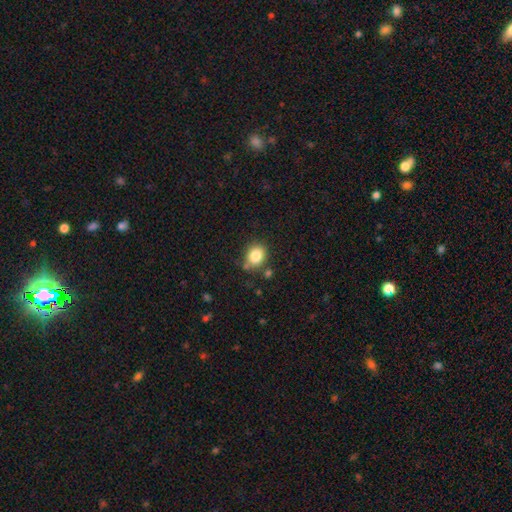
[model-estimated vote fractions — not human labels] Smooth or featured?
  - smooth: 83% *
  - star or artifact: 10%
  - featured or disk: 7%
How rounded?
  - round: 60% *
  - in between: 39%
  - cigar-shaped: 1%
Merging?
  - none: 72% *
  - minor disturbance: 16%
  - merger: 7%
  - major disturbance: 4%